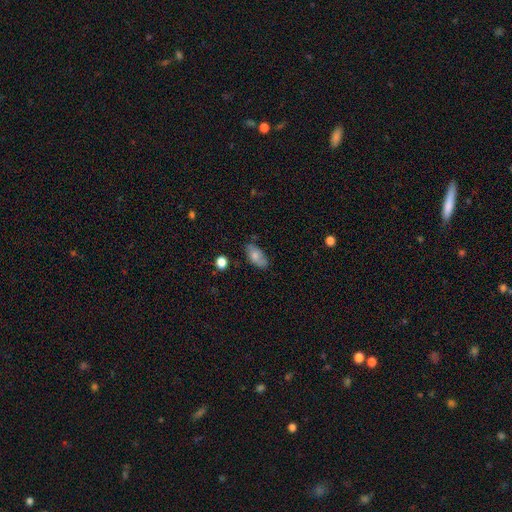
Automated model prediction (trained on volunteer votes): smooth-or-featured: smooth: 73% | featured or disk: 19% | star or artifact: 8%
  how-rounded: in between: 91% | cigar-shaped: 5% | round: 4%
  merging: none: 71% | minor disturbance: 23% | major disturbance: 4% | merger: 2%